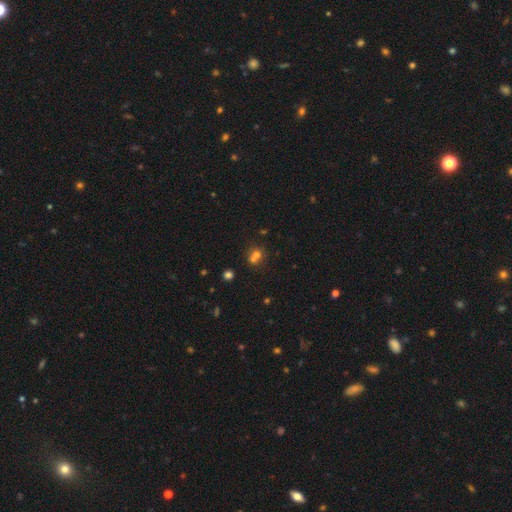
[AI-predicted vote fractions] Smooth or featured? Predicted: smooth (p=0.63). How rounded? Predicted: round (p=0.77). Merging? Predicted: merger (p=0.55).